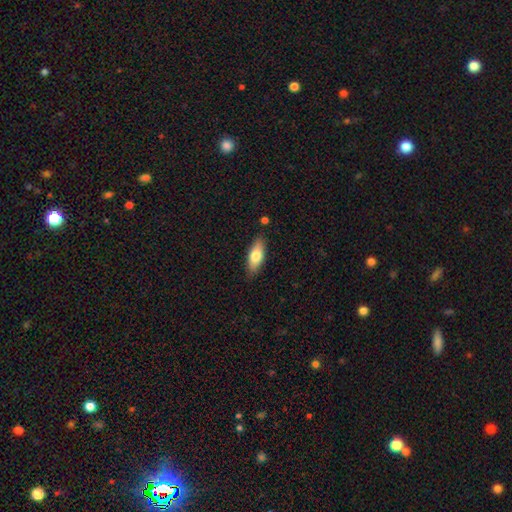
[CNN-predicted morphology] smooth_or_featured: smooth (p=0.72) [alt: featured or disk p=0.22]
how_rounded: in between (p=0.72) [alt: cigar-shaped p=0.25]
merging: none (p=0.84) [alt: minor disturbance p=0.12]